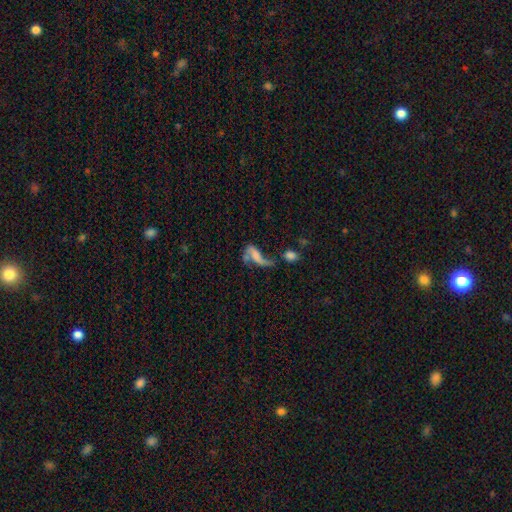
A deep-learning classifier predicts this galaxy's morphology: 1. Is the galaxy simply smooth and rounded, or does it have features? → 48% featured or disk, 38% smooth, 14% star or artifact.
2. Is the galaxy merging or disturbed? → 33% major disturbance, 31% merger, 22% none, 14% minor disturbance.